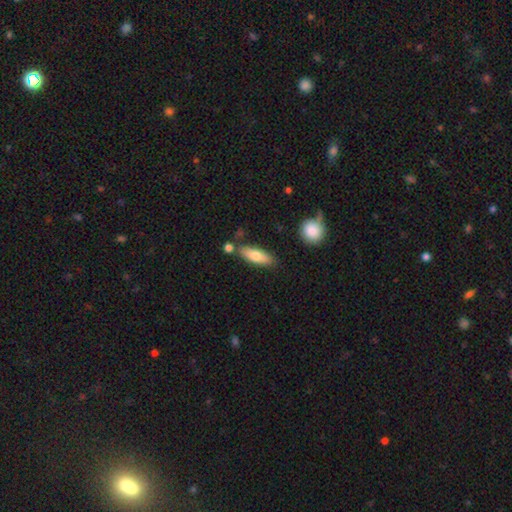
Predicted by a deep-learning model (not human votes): smooth-or-featured: smooth: 72% | featured or disk: 22% | star or artifact: 6%
  how-rounded: in between: 54% | cigar-shaped: 43% | round: 2%
  merging: none: 74% | minor disturbance: 14% | merger: 9% | major disturbance: 3%